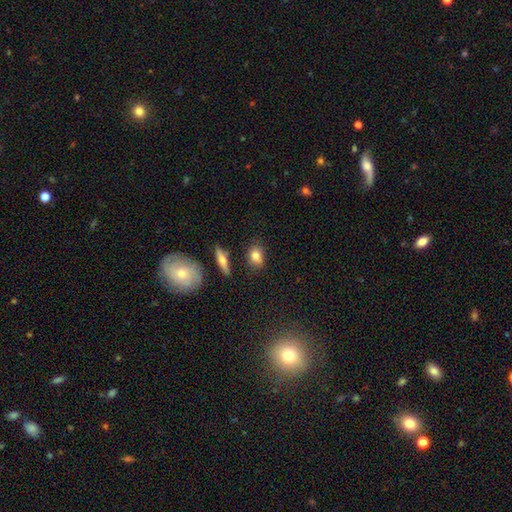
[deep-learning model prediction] The model was most divided on "how rounded": in between: 63%, round: 33%, cigar-shaped: 4%. More confident: smooth or featured — smooth (80%); merging — none (79%).